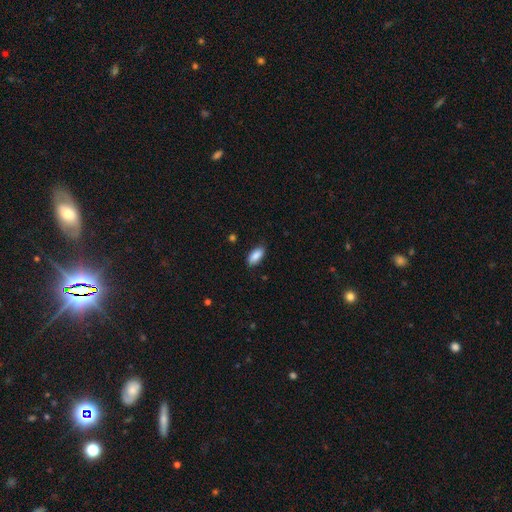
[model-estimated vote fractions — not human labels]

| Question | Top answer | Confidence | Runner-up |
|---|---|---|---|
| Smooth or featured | smooth | 89% | star or artifact (7%) |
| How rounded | in between | 90% | cigar-shaped (8%) |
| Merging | none | 84% | minor disturbance (13%) |